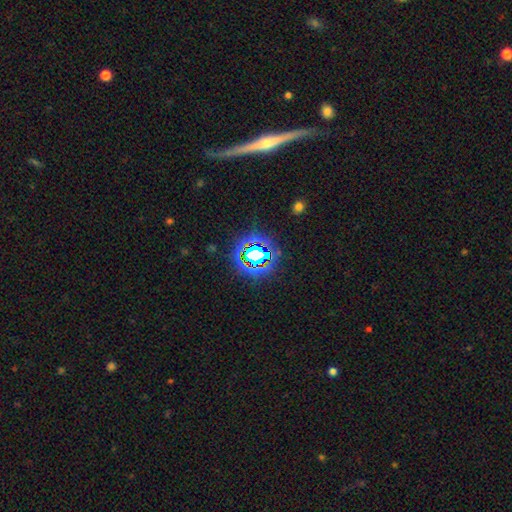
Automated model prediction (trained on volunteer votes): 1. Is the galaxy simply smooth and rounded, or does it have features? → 69% star or artifact, 18% smooth, 13% featured or disk.